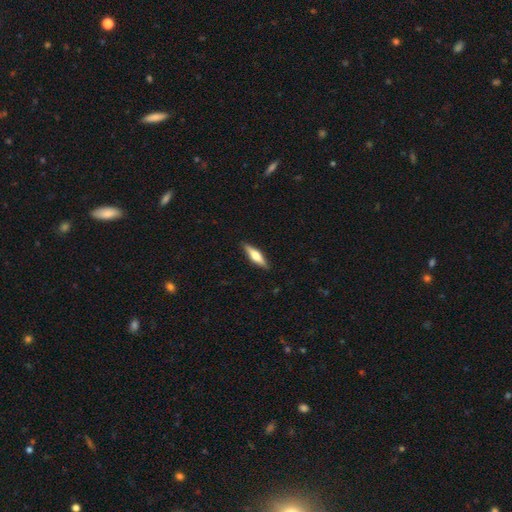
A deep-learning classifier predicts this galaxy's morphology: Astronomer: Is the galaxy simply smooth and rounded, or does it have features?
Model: smooth — 49% (runner-up: featured or disk, 46%).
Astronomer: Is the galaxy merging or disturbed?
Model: none — 89%.